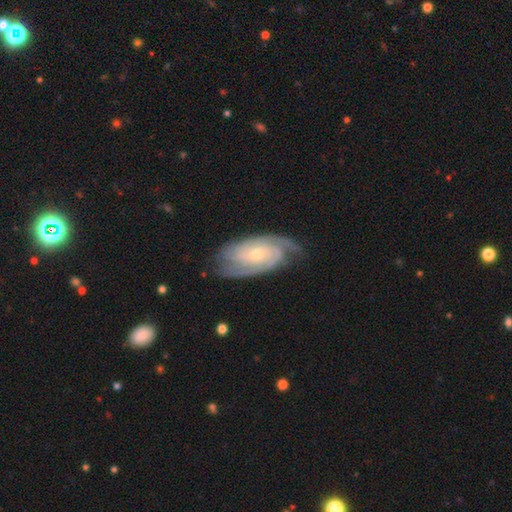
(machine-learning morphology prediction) A featured or disk galaxy (87%) with no bar (68%), 2 (41%) tight (68%) spiral arms (97%) and a small central bulge (63%). Merging: none (77%).